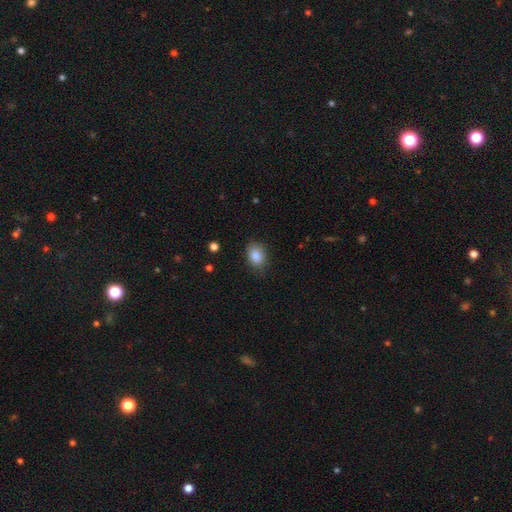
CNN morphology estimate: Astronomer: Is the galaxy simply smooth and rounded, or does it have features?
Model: smooth — 86%.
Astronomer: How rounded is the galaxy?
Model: in between — 74%.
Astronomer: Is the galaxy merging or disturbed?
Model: none — 79%.